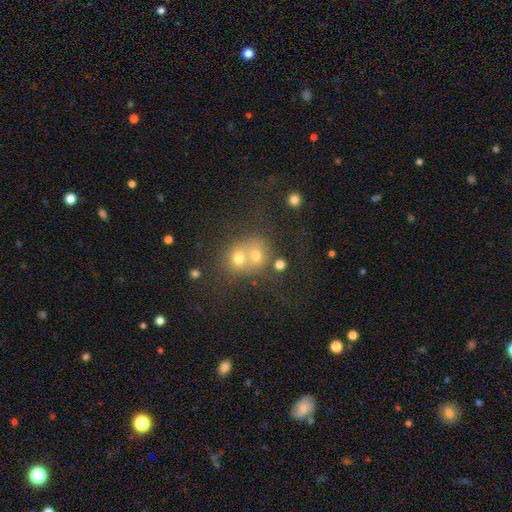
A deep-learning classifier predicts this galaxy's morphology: This is likely a smooth galaxy (65%). How rounded: likely round (73%). Merging: likely merger (60%).